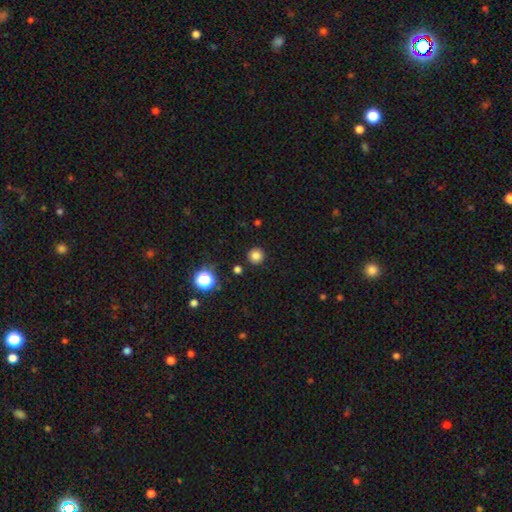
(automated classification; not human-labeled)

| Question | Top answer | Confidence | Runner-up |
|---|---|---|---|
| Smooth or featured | smooth | 82% | star or artifact (14%) |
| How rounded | round | 95% | in between (4%) |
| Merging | none | 90% | minor disturbance (6%) |